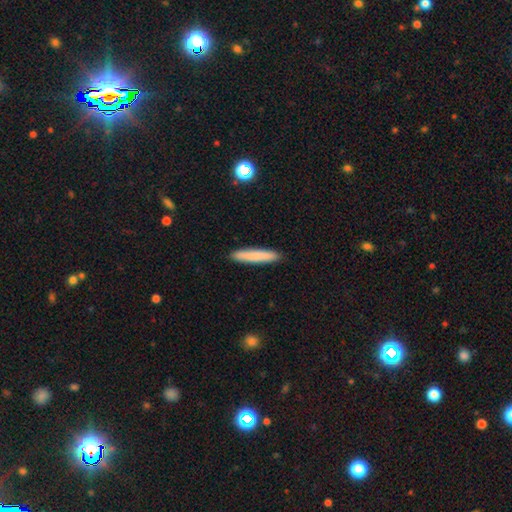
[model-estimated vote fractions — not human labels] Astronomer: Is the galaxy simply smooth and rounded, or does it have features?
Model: smooth — 82%.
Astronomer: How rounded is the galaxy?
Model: cigar-shaped — 92%.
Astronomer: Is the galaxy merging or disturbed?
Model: none — 91%.